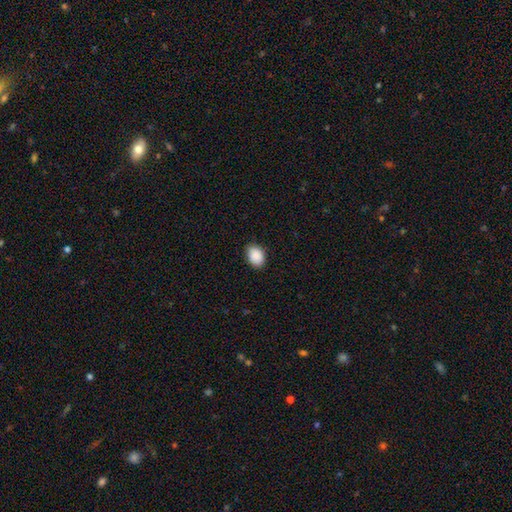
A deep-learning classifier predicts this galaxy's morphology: type=smooth (90%); roundness=in between (79%); merging=none (84%).